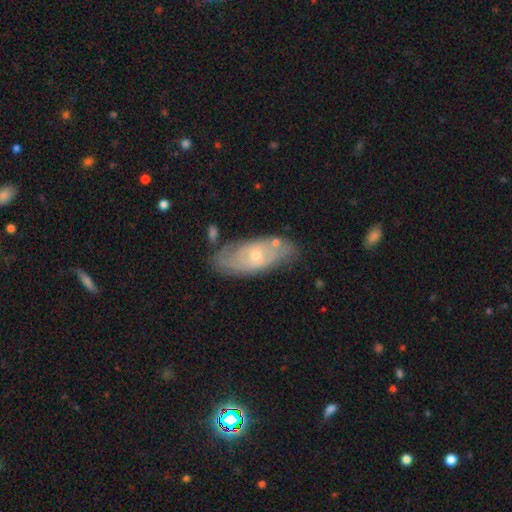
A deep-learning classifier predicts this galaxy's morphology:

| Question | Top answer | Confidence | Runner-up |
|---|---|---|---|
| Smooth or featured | featured or disk | 64% | smooth (29%) |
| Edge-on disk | no | 89% | yes (11%) |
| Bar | no | 72% | weak (23%) |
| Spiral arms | yes | 74% | no (26%) |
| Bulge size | small | 70% | moderate (26%) |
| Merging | none | 65% | minor disturbance (22%) |